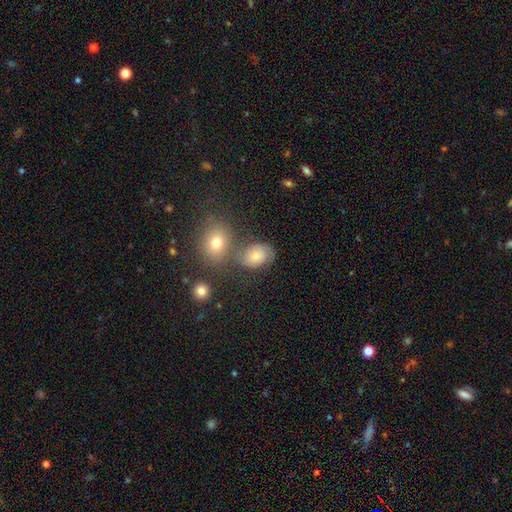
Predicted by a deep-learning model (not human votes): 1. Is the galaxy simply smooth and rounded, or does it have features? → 52% smooth, 31% featured or disk, 17% star or artifact.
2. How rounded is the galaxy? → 66% in between, 33% round, 1% cigar-shaped.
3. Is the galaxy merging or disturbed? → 61% none, 17% merger, 16% minor disturbance, 7% major disturbance.